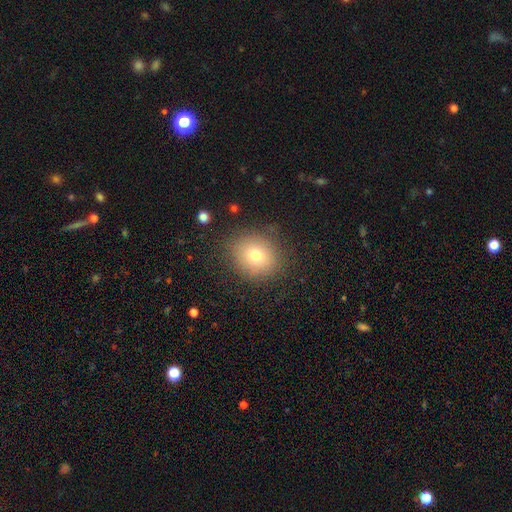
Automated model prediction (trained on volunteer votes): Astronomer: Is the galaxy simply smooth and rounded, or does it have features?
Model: smooth — 74%.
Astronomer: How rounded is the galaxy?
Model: round — 81%.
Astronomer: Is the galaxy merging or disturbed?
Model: none — 84%.